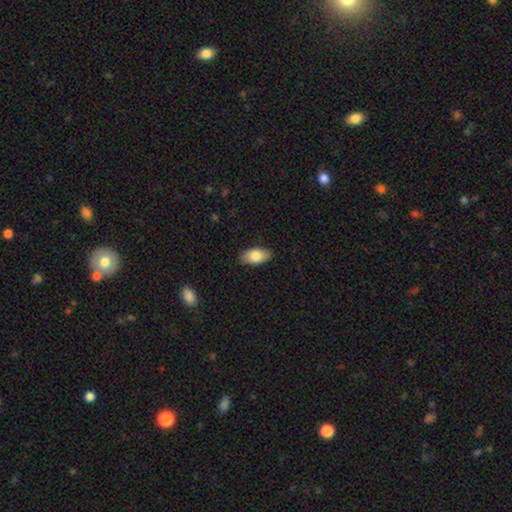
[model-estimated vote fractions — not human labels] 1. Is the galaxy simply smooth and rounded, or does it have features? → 83% smooth, 11% featured or disk, 6% star or artifact.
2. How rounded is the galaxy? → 92% in between, 5% cigar-shaped, 3% round.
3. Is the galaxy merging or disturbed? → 87% none, 10% minor disturbance, 2% major disturbance, 1% merger.